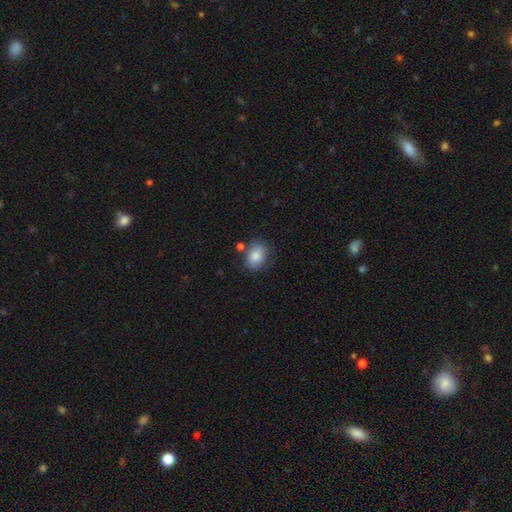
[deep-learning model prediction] smooth 84%, featured or disk 8%, star or artifact 8%. Down the decision tree: how rounded — in between (64%); merging — none (71%).